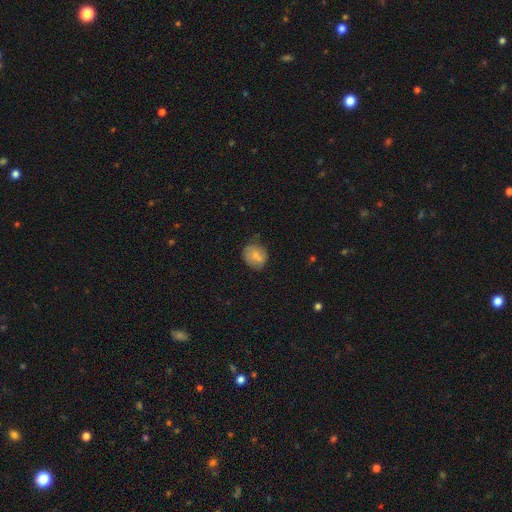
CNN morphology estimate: Smooth or featured? smooth (72%)
How rounded? round (61%)
Merging? none (64%)